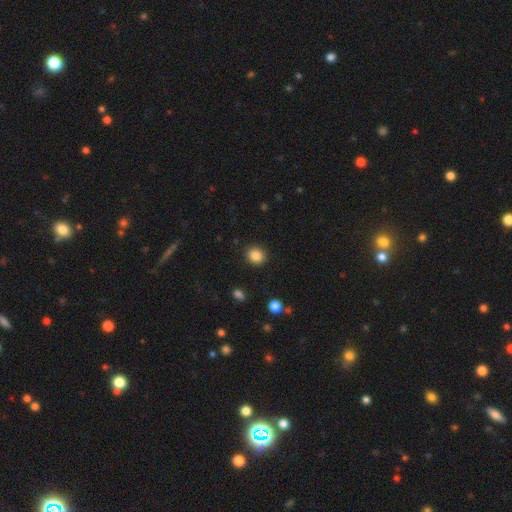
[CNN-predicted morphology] Smooth or featured: smooth — 86% (star or artifact — 10%)
How rounded: round — 74% (in between — 25%)
Merging: none — 90% (minor disturbance — 7%)